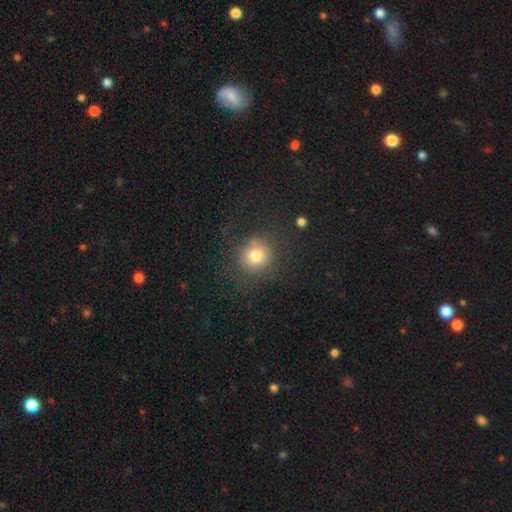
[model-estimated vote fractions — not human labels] smooth 77%, star or artifact 14%, featured or disk 10%. Down the decision tree: how rounded — round (88%); merging — none (76%).